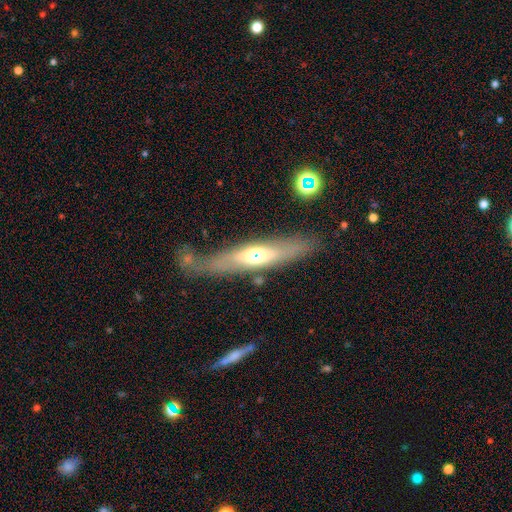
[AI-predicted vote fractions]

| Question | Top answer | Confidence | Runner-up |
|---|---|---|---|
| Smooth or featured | featured or disk | 52% | smooth (41%) |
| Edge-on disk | yes | 72% | no (28%) |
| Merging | none | 72% | minor disturbance (15%) |